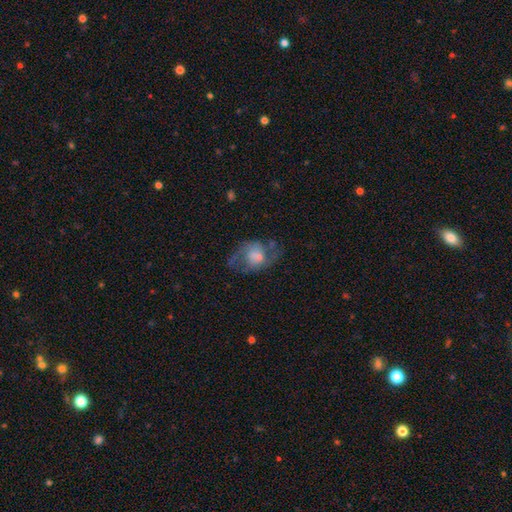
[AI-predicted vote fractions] Q: Smooth or featured?
A: featured or disk (60%); runner-up: smooth (32%)
Q: Edge-on disk?
A: no (97%); runner-up: yes (3%)
Q: Bar?
A: no (65%); runner-up: weak (29%)
Q: Spiral arms?
A: yes (77%); runner-up: no (23%)
Q: Bulge size?
A: small (35%); runner-up: moderate (29%)
Q: Merging?
A: none (47%); runner-up: major disturbance (27%)